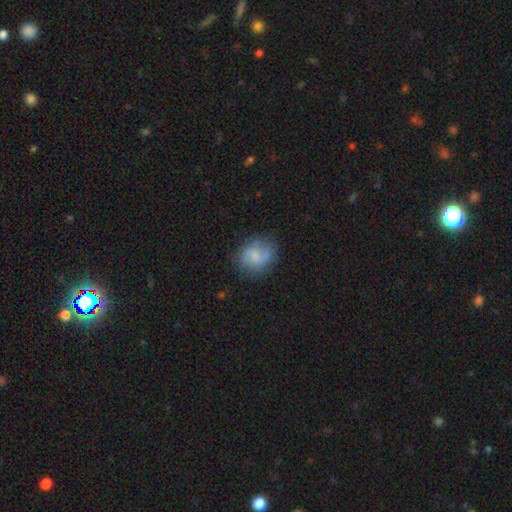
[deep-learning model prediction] featured or disk 50%, smooth 42%, star or artifact 9%. Down the decision tree: merging — none (65%).